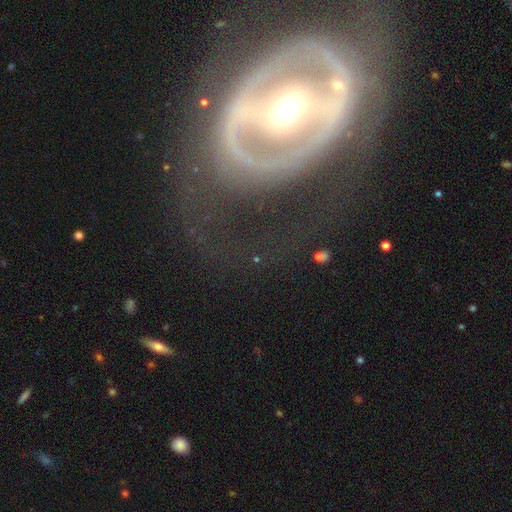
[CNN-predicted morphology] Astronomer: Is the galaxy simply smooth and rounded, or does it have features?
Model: featured or disk — 82%.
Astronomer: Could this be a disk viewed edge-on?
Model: no — 93%.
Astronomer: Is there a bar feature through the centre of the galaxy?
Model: strong — 53%.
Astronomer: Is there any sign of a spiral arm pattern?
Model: no — 51% (runner-up: yes, 49%).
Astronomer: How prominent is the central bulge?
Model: moderate — 61%.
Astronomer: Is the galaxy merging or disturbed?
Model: none — 61%.